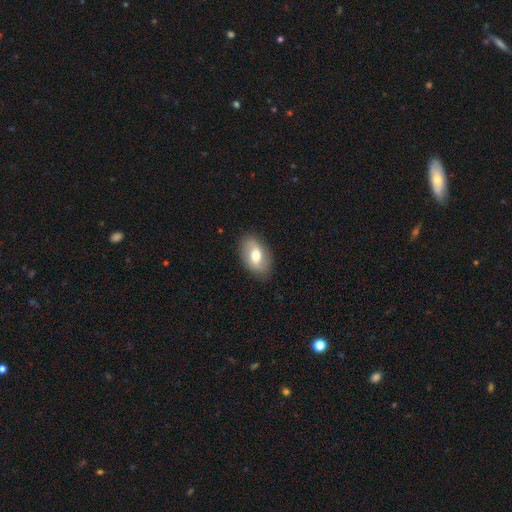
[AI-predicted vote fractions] Q: Smooth or featured?
A: smooth (61%); runner-up: featured or disk (32%)
Q: How rounded?
A: in between (89%); runner-up: round (9%)
Q: Merging?
A: none (85%); runner-up: minor disturbance (11%)